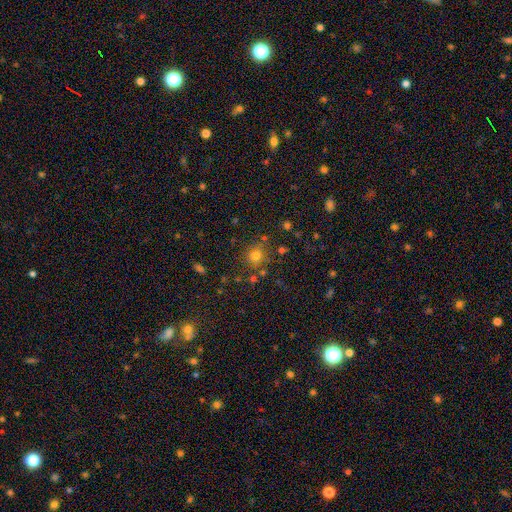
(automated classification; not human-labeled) This is likely a smooth galaxy (75%). How rounded: clearly round (85%). Merging: likely none (77%).